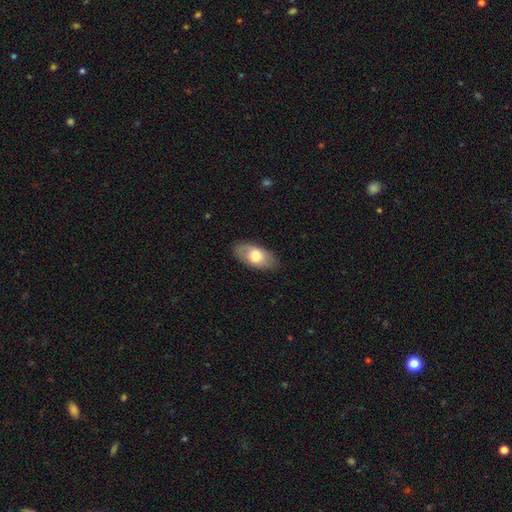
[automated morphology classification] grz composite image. It shows a smooth galaxy with no disk features (71%) that is in between round and cigar-shaped (92%). Merging: none (84%).